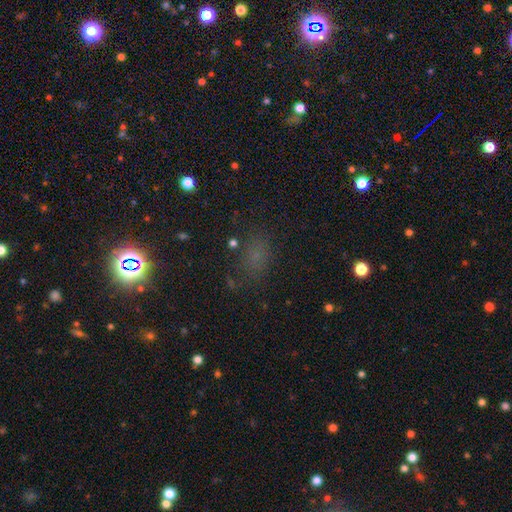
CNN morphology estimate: smooth_or_featured: smooth (p=0.50) [alt: star or artifact p=0.40]
merging: none (p=0.72) [alt: minor disturbance p=0.16]